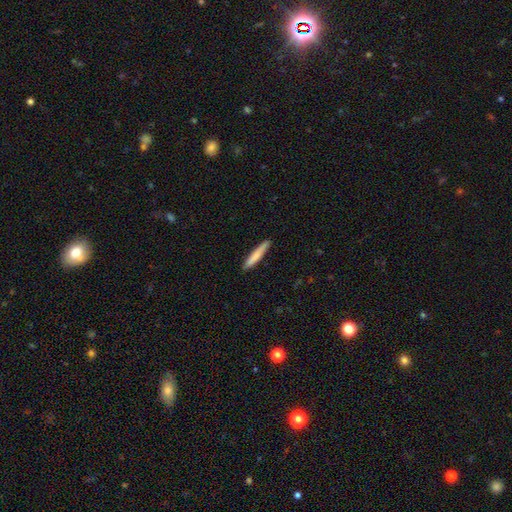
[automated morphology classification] This appears to be a smooth galaxy with no disk features (78%) that is cigar-shaped (94%). Merging: none (89%).